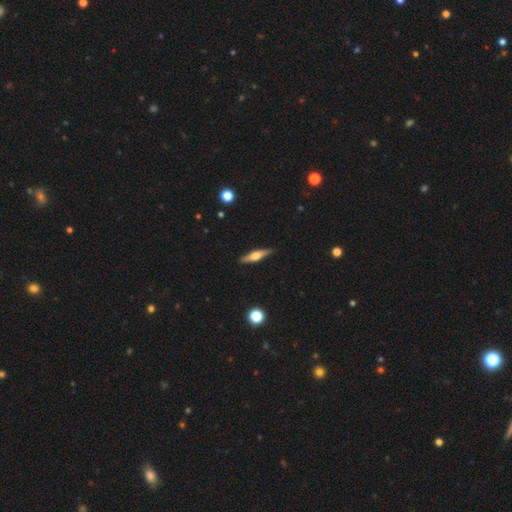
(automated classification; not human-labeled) This is possibly a featured or disk galaxy (56%). It is clearly viewed edge-on (95%). Edge-on bulge: clearly rounded (89%). Merging: clearly none (89%).